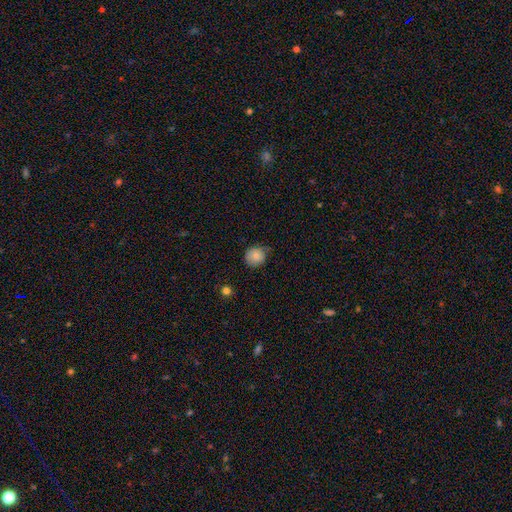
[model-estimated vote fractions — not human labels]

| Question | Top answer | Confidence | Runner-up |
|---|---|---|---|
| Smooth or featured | smooth | 83% | star or artifact (9%) |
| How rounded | round | 87% | in between (13%) |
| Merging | none | 69% | minor disturbance (25%) |